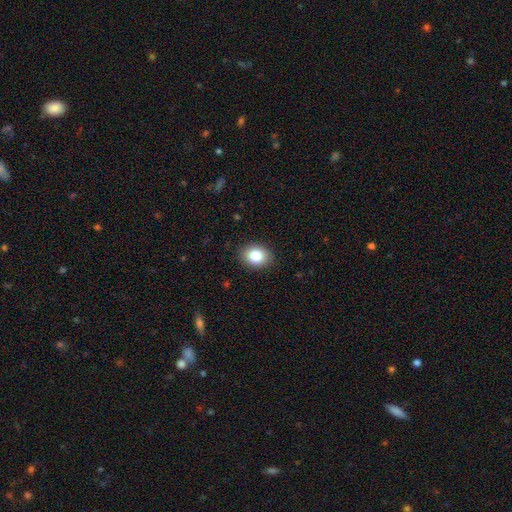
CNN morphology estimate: A smooth galaxy with no disk features (83%) that is in between round and cigar-shaped (57%).

Vote fractions:
- Smooth or featured? smooth: 83% / star or artifact: 9% / featured or disk: 7%
- How rounded? in between: 57% / round: 42% / cigar-shaped: 1%
- Merging? none: 88% / minor disturbance: 9% / major disturbance: 2% / merger: 1%